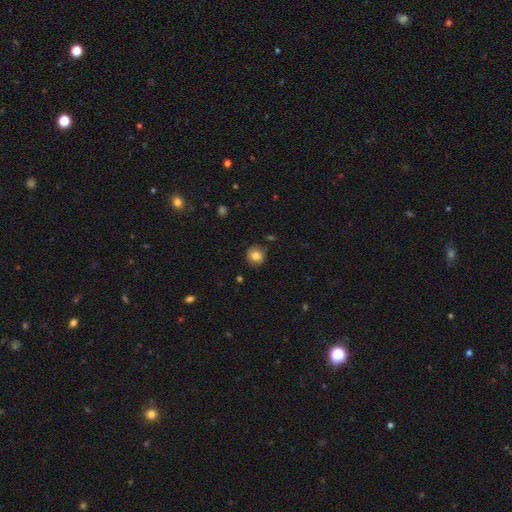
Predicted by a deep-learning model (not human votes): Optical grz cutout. It shows a smooth galaxy with no disk features (80%) that is round (87%). Merging: none (84%).